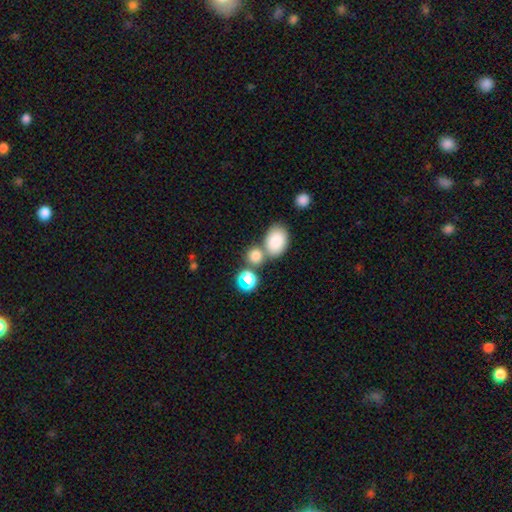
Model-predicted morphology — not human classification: Smooth or featured?
  - smooth: 80% *
  - star or artifact: 13%
  - featured or disk: 7%
How rounded?
  - round: 50% *
  - in between: 48%
  - cigar-shaped: 1%
Merging?
  - none: 50% *
  - merger: 36%
  - minor disturbance: 9%
  - major disturbance: 4%